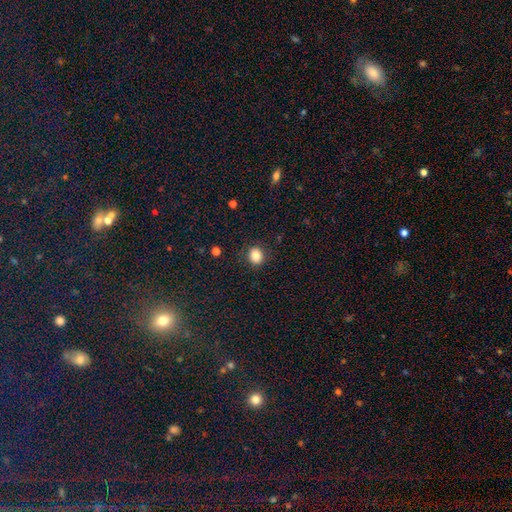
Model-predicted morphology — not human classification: This is clearly a smooth galaxy (84%). How rounded: likely round (72%). Merging: clearly none (87%).